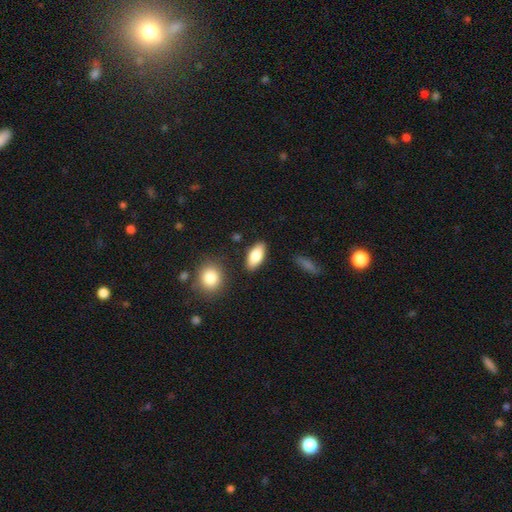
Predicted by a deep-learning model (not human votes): smooth_or_featured: smooth (p=0.82) [alt: featured or disk p=0.12]
how_rounded: in between (p=0.87) [alt: cigar-shaped p=0.10]
merging: none (p=0.85) [alt: minor disturbance p=0.10]